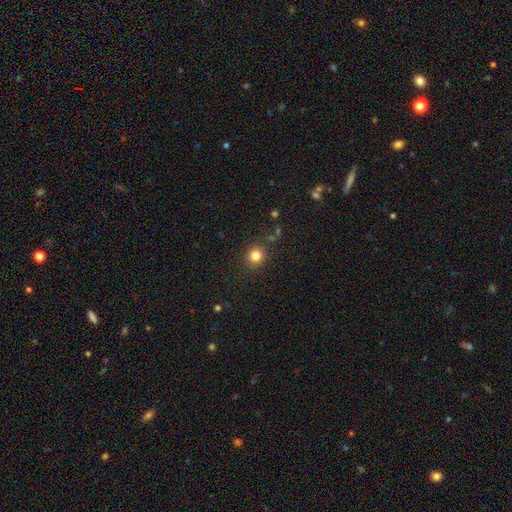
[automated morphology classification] Smooth or featured: smooth — 81% (star or artifact — 13%)
How rounded: round — 87% (in between — 12%)
Merging: none — 86% (minor disturbance — 8%)